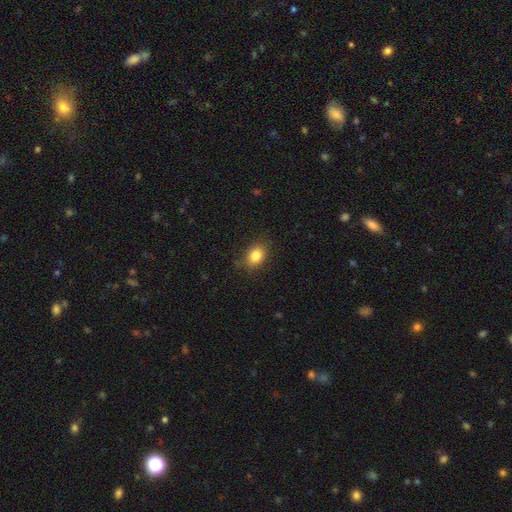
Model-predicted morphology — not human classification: A smooth galaxy with no disk features (84%) that is in between round and cigar-shaped (70%).

Vote fractions:
- Smooth or featured? smooth: 84% / star or artifact: 9% / featured or disk: 7%
- How rounded? in between: 70% / round: 29% / cigar-shaped: 1%
- Merging? none: 85% / minor disturbance: 11% / major disturbance: 3% / merger: 1%